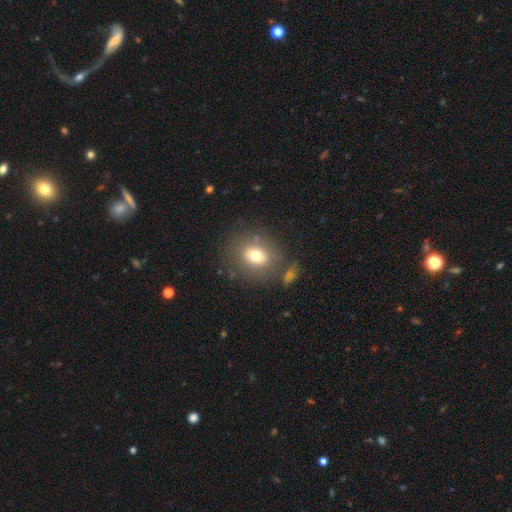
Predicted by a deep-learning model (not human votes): This appears to be a smooth galaxy with no disk features (70%) that is round (61%). Merging: none (72%).